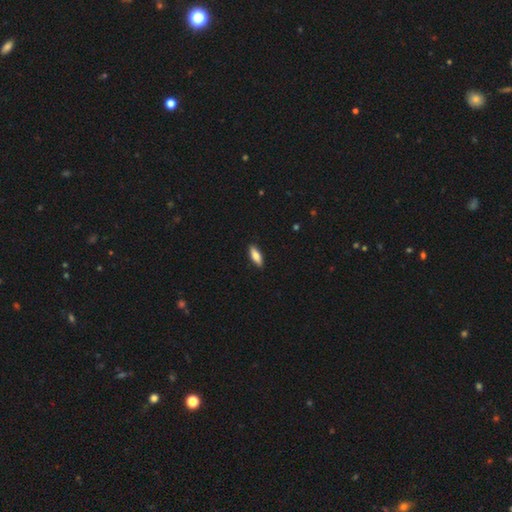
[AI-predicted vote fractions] Overall: smooth (74%). How rounded: in between (59%; cigar-shaped 39%). Merging: none (90%).